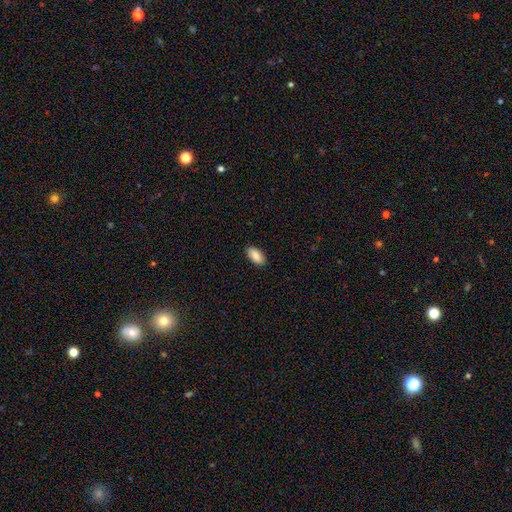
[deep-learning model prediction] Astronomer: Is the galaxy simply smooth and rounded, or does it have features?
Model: smooth — 86%.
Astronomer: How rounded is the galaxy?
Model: in between — 93%.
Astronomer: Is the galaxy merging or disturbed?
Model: none — 90%.